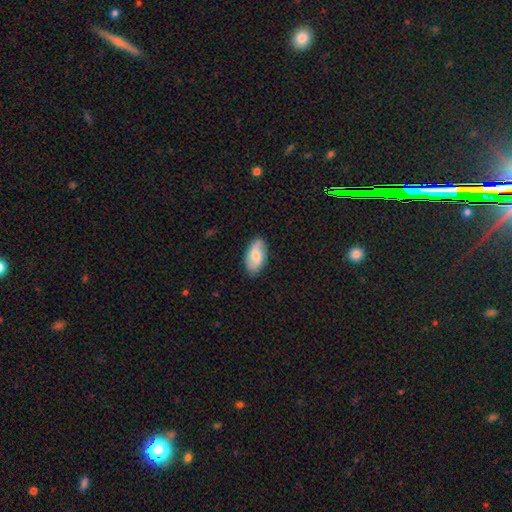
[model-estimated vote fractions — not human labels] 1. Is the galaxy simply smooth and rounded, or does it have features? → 57% smooth, 37% featured or disk, 6% star or artifact.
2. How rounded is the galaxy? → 93% in between, 4% round, 3% cigar-shaped.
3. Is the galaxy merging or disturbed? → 82% none, 14% minor disturbance, 3% major disturbance, 1% merger.